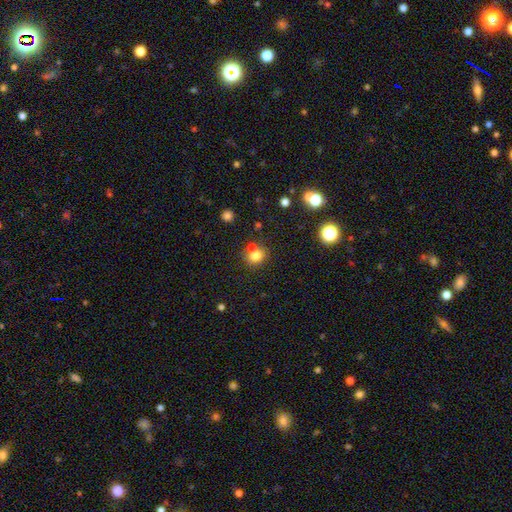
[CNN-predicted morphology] Smooth or featured? Predicted: smooth (p=0.77). How rounded? Predicted: round (p=0.71). Merging? Predicted: none (p=0.60).